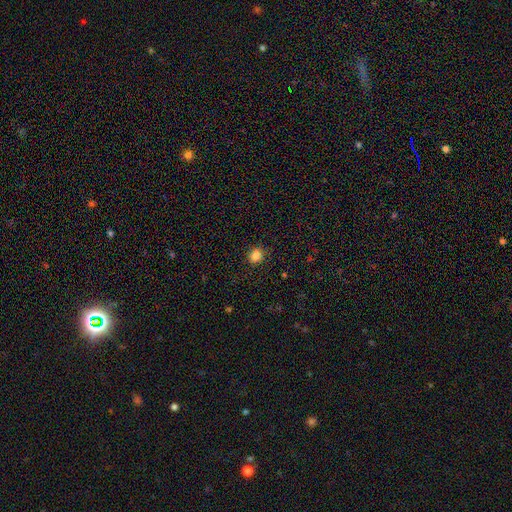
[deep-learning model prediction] Q: Smooth or featured?
A: smooth (83%); runner-up: star or artifact (12%)
Q: How rounded?
A: round (73%); runner-up: in between (26%)
Q: Merging?
A: none (86%); runner-up: minor disturbance (10%)